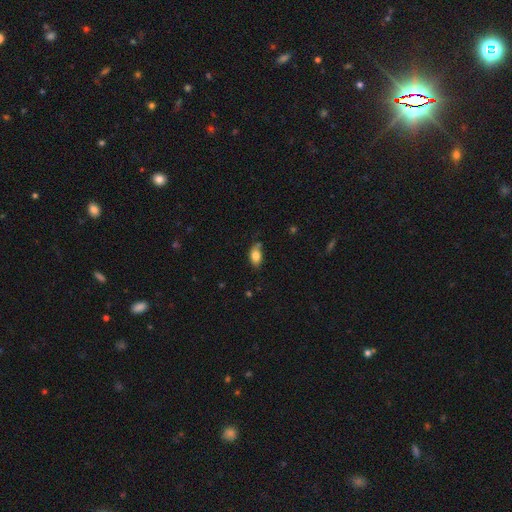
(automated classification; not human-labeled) Overall: smooth (82%). How rounded: in between (89%). Merging: none (69%).